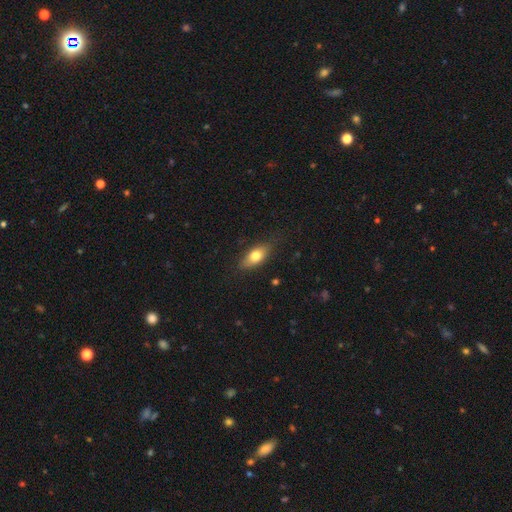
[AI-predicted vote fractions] smooth 74%, featured or disk 18%, star or artifact 7%. Down the decision tree: how rounded — in between (82%); merging — none (80%).